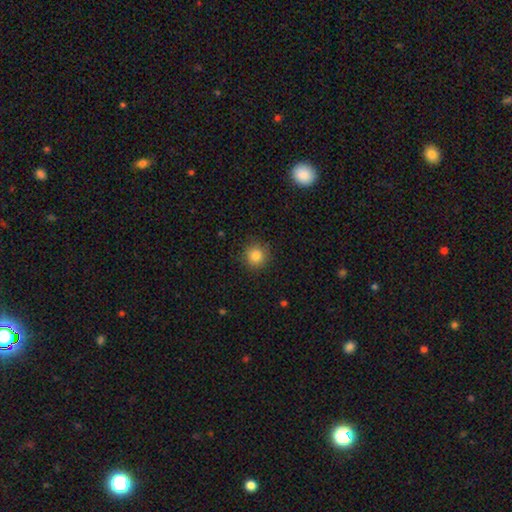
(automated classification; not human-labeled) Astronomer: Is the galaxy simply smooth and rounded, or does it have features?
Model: smooth — 83%.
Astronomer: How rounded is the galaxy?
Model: round — 93%.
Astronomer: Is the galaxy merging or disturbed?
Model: none — 90%.